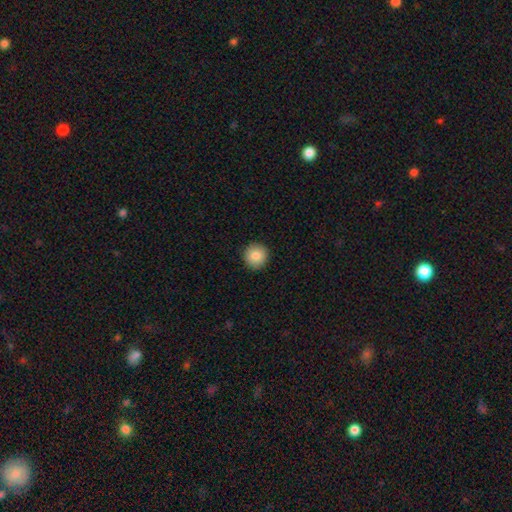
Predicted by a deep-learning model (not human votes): The model was most divided on "smooth or featured": smooth: 85%, star or artifact: 8%, featured or disk: 7%. More confident: how rounded — round (95%); merging — none (92%).